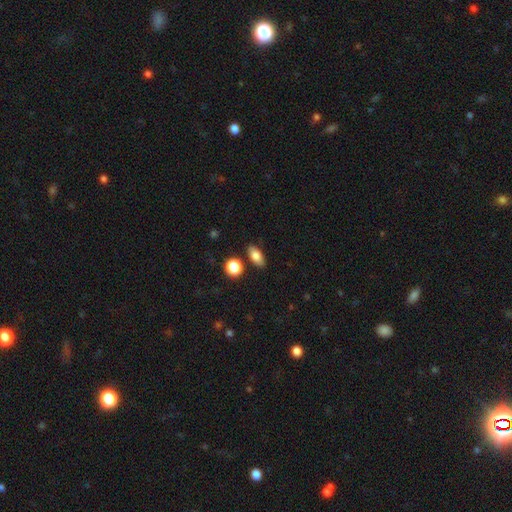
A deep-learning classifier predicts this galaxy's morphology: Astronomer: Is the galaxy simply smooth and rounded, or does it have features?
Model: smooth — 80%.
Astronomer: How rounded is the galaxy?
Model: in between — 83%.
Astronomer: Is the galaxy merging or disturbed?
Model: none — 84%.